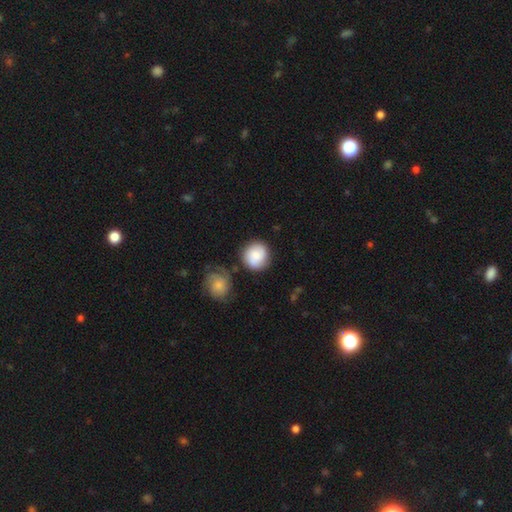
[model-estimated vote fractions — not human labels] Smooth or featured? smooth (73%)
How rounded? round (89%)
Merging? none (74%)